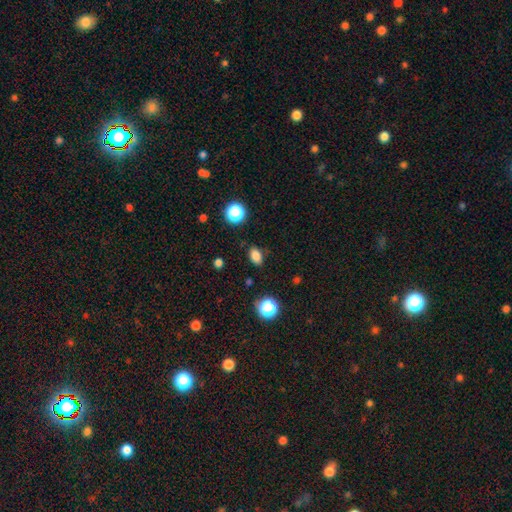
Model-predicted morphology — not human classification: Q: Smooth or featured?
A: smooth (83%); runner-up: star or artifact (13%)
Q: How rounded?
A: in between (81%); runner-up: round (17%)
Q: Merging?
A: none (84%); runner-up: minor disturbance (11%)